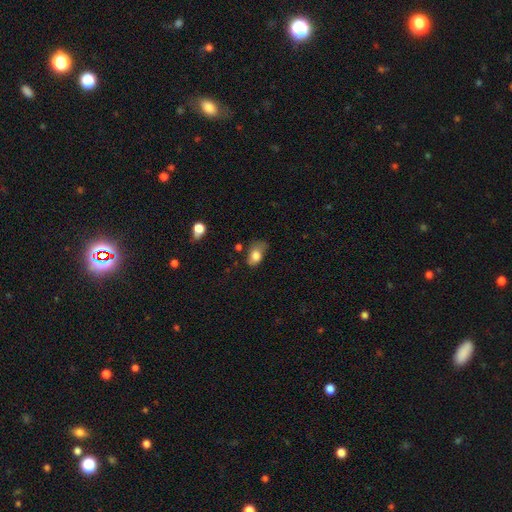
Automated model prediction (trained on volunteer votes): This appears to be a smooth galaxy with no disk features (76%) that is in between round and cigar-shaped (82%). Merging: none (40%).